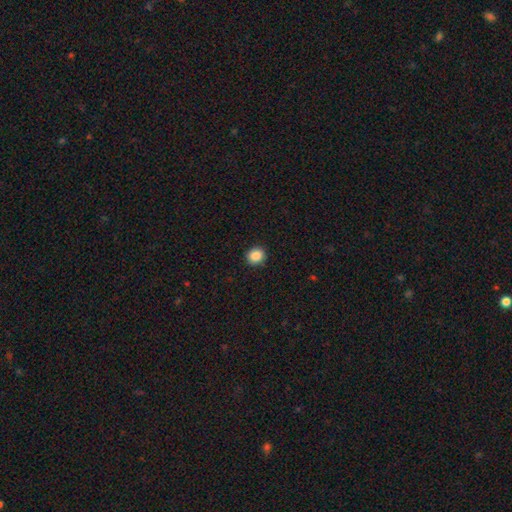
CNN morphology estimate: Smooth or featured? Predicted: smooth (p=0.88). How rounded? Predicted: round (p=0.84). Merging? Predicted: none (p=0.91).